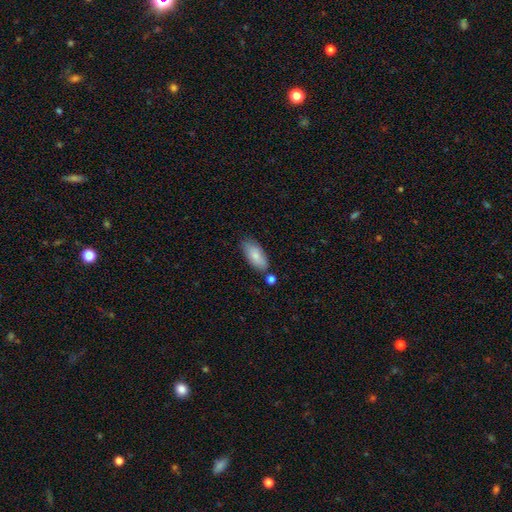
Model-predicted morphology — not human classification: Overall: smooth (81%). How rounded: in between (88%). Merging: none (71%).